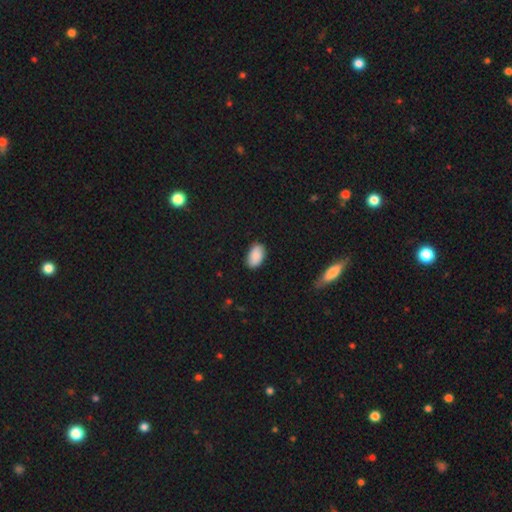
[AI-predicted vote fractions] This is clearly a smooth galaxy (88%). How rounded: clearly in between (93%). Merging: clearly none (85%).